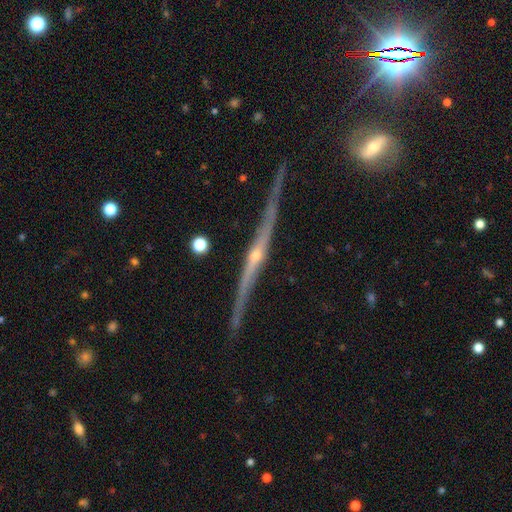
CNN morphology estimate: smooth_or_featured: featured or disk (p=0.88) [alt: star or artifact p=0.06]
disk_edge_on: yes (p=0.97) [alt: no p=0.03]
edge_on_bulge: rounded (p=0.82) [alt: none p=0.13]
merging: none (p=0.84) [alt: minor disturbance p=0.11]